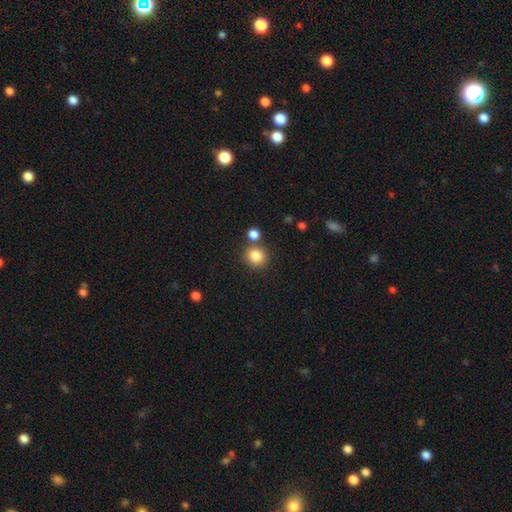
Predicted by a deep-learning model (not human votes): A smooth galaxy with no disk features (84%) that is round (88%). Merging: none (75%).